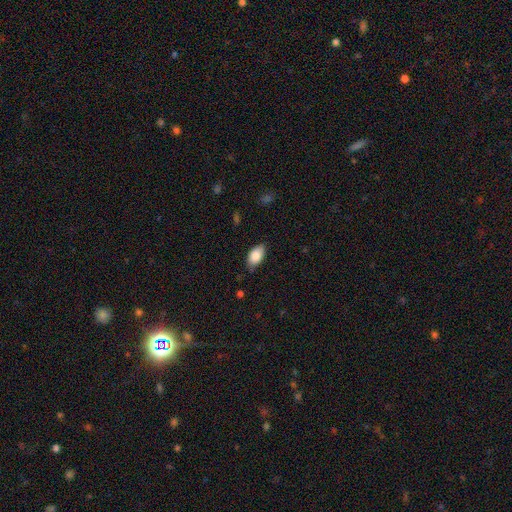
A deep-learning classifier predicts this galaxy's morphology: Q: Smooth or featured?
A: smooth (86%); runner-up: star or artifact (7%)
Q: How rounded?
A: in between (94%); runner-up: round (5%)
Q: Merging?
A: none (78%); runner-up: minor disturbance (18%)